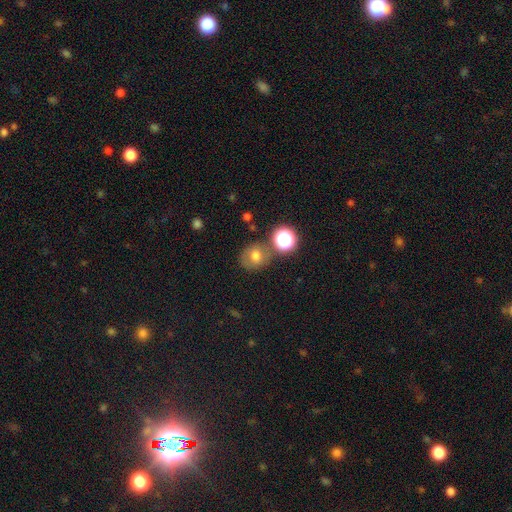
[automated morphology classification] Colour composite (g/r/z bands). It shows a smooth galaxy with no disk features (67%) that is round (74%). Merging: none (69%).